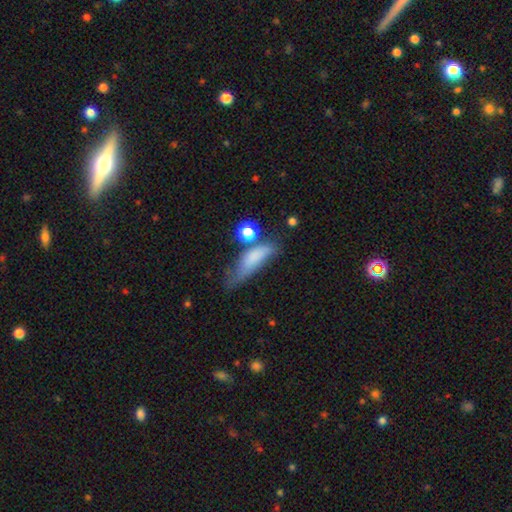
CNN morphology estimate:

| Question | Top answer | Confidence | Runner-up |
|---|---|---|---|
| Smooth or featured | smooth | 70% | featured or disk (20%) |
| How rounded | cigar-shaped | 49% | in between (45%) |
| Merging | none | 38% | minor disturbance (31%) |